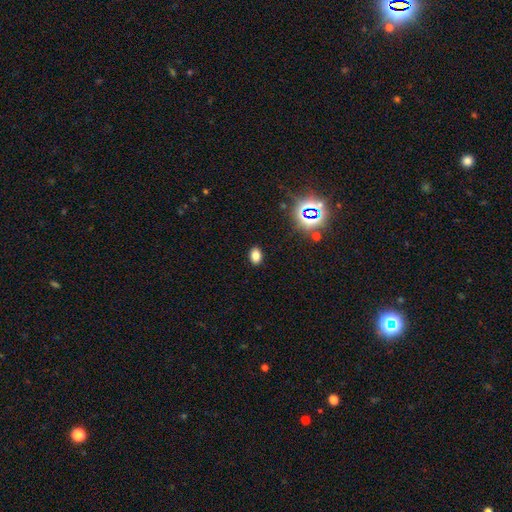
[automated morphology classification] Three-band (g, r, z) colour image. It shows a smooth galaxy with no disk features (77%) that is in between round and cigar-shaped (79%). Merging: none (89%).